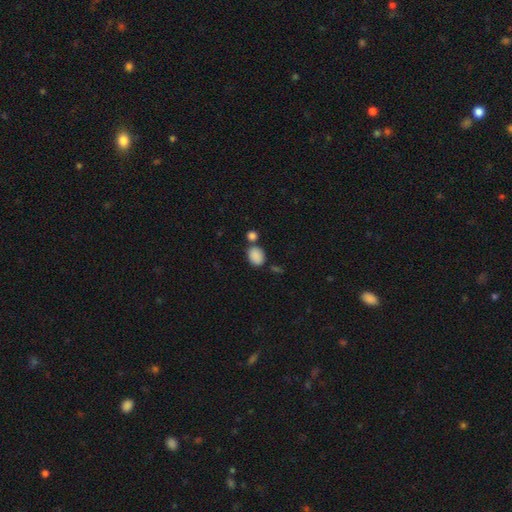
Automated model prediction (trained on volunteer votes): This appears to be a smooth galaxy with no disk features (87%) that is in between round and cigar-shaped (63%). Merging: none (59%).